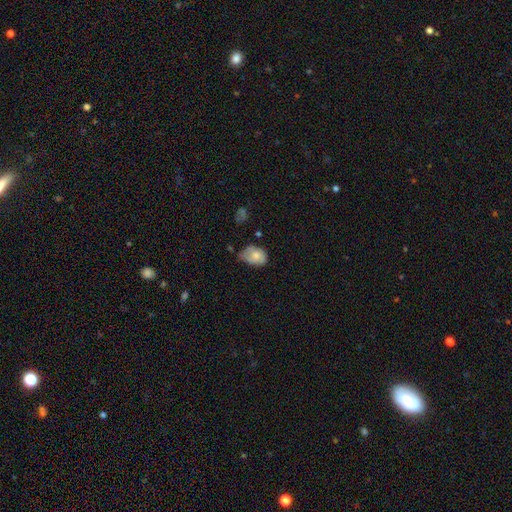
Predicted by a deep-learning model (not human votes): This is likely a smooth galaxy (68%). How rounded: likely in between (74%). Merging: marginally minor disturbance (45%).